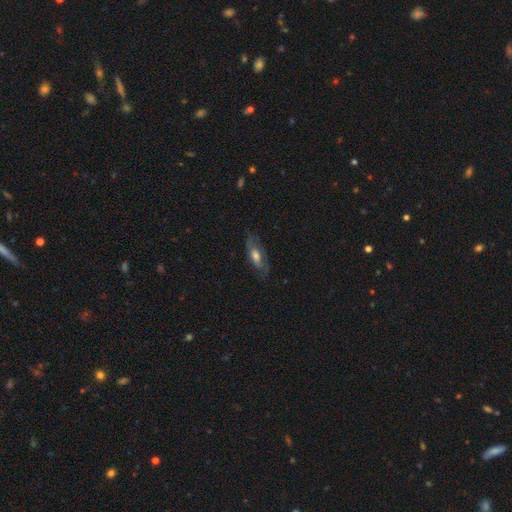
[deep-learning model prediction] Morphology: type=featured or disk (48%); merging=none (68%).